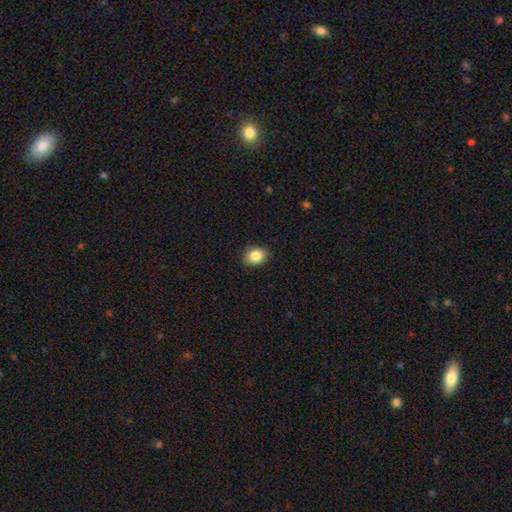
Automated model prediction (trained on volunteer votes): Morphology: type=smooth (86%); roundness=in between (73%); merging=none (87%).